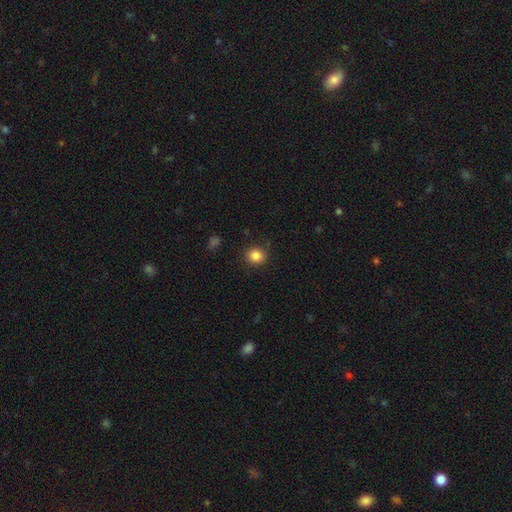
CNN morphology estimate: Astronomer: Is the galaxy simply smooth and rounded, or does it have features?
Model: smooth — 86%.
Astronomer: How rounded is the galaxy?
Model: round — 83%.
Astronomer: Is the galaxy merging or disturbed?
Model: none — 89%.